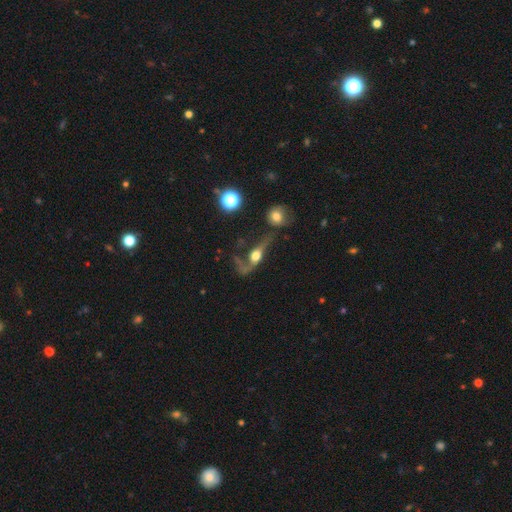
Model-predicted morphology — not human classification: Q: Smooth or featured?
A: featured or disk (71%); runner-up: smooth (19%)
Q: Edge-on disk?
A: no (62%); runner-up: yes (38%)
Q: Merging?
A: none (38%); runner-up: major disturbance (31%)